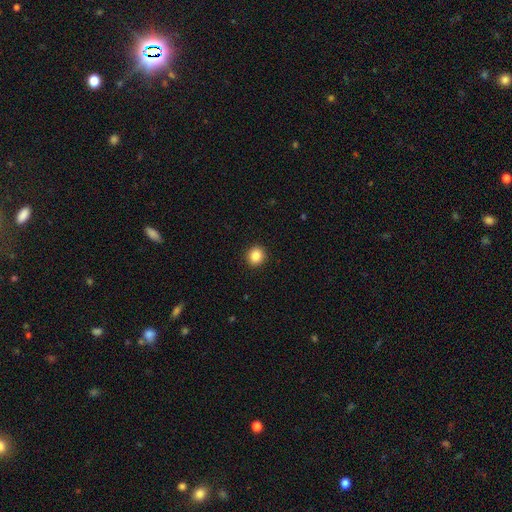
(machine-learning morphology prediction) This appears to be a smooth galaxy with no disk features (86%) that is round (87%). Merging: none (93%).